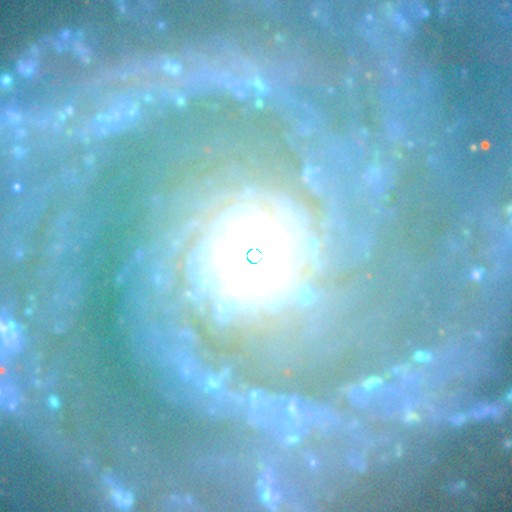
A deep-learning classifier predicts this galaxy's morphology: Overall: featured or disk (88%). Edge-on disk: no (97%). Bar: no (49%; weak 31%). Spiral arms: yes (97%). Spiral arm count: can't tell (22%; 2 20%). Spiral winding: tight (63%; medium 26%). Bulge size: moderate (48%; small 33%). Merging: none (62%).